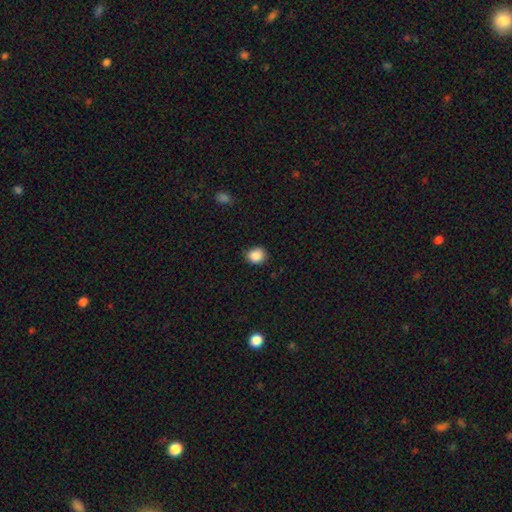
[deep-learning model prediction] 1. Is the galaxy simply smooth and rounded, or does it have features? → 87% smooth, 9% star or artifact, 3% featured or disk.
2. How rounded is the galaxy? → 77% round, 22% in between, 1% cigar-shaped.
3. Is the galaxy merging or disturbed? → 82% none, 14% minor disturbance, 3% major disturbance, 1% merger.